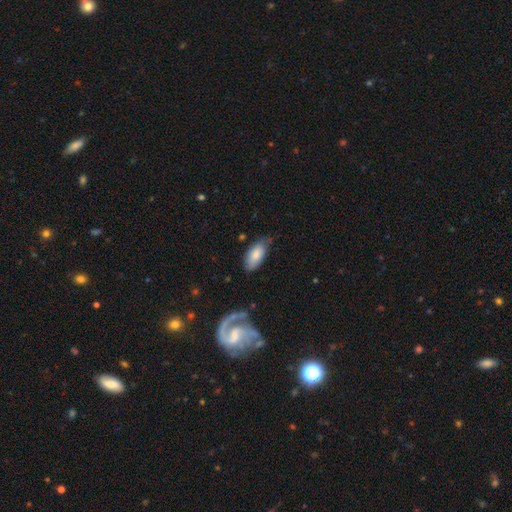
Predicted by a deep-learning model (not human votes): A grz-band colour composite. It shows a smooth galaxy with no disk features (80%) that is in between round and cigar-shaped (91%). Merging: none (66%).